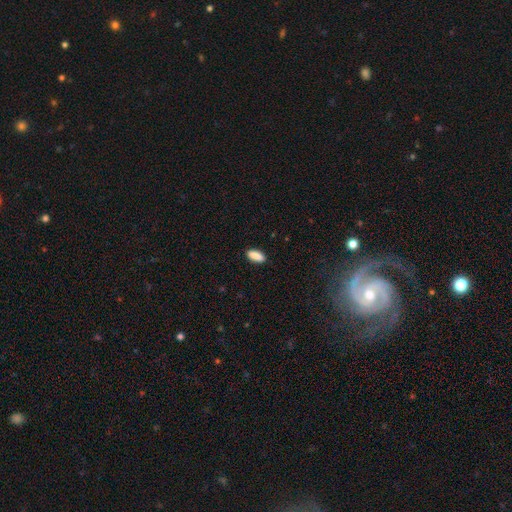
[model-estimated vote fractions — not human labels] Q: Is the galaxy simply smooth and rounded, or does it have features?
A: smooth — 89%.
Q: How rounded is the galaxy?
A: in between — 80%.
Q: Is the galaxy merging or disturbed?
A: none — 88%.